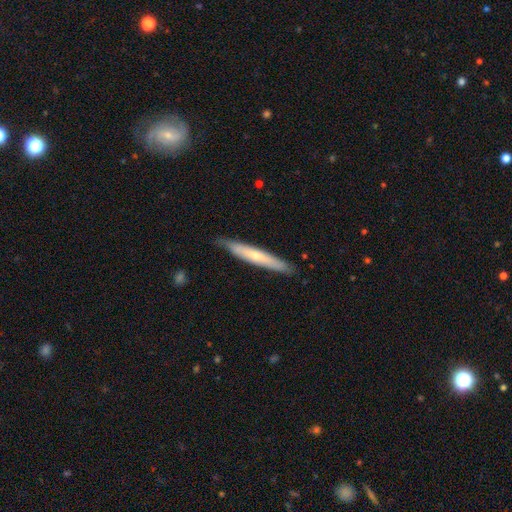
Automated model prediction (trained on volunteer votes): This is possibly a smooth galaxy (48%). Merging: clearly none (83%).